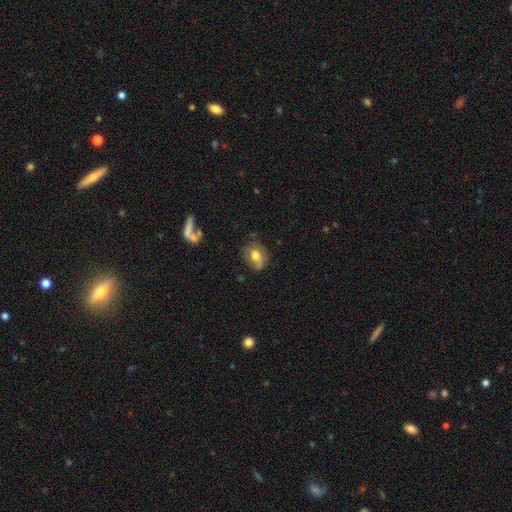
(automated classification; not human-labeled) Smooth or featured? Predicted: smooth (p=0.66). How rounded? Predicted: round (p=0.61). Merging? Predicted: none (p=0.67).